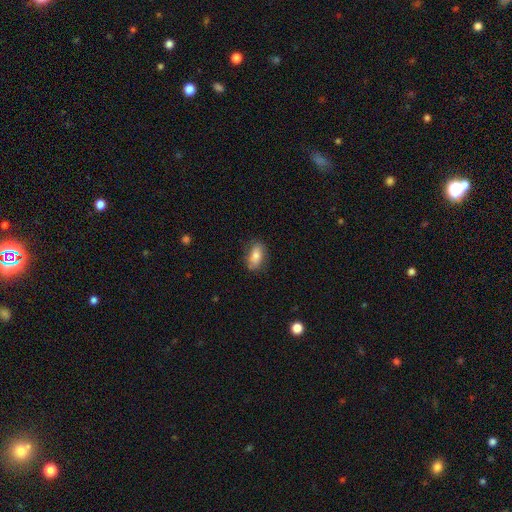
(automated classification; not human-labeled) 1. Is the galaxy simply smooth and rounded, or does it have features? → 78% smooth, 15% featured or disk, 7% star or artifact.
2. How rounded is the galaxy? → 88% in between, 6% round, 6% cigar-shaped.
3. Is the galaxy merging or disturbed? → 79% none, 16% minor disturbance, 4% major disturbance, 1% merger.